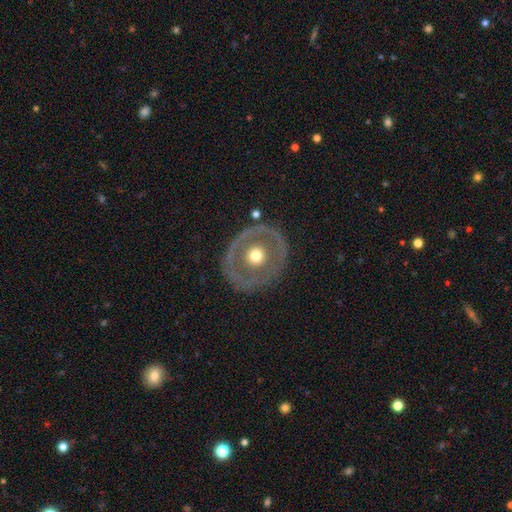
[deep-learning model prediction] Smooth or featured: featured or disk — 58% (smooth — 37%)
Edge-on disk: no — 94% (yes — 6%)
Bar: no — 91% (weak — 6%)
Spiral arms: no — 90% (yes — 10%)
Bulge size: moderate — 75% (large — 13%)
Merging: none — 79% (minor disturbance — 12%)